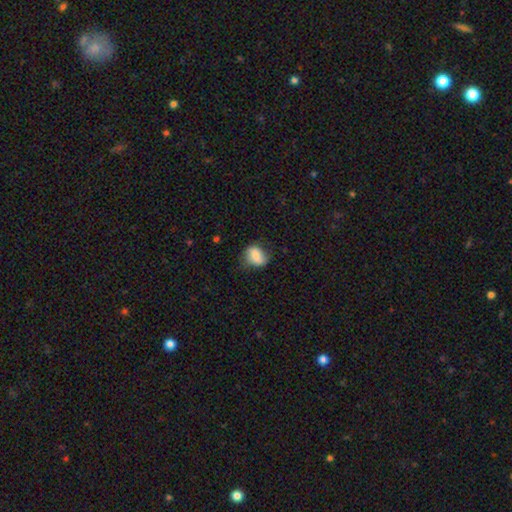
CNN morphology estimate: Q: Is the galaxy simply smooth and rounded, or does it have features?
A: smooth — 75%.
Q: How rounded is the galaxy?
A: in between — 66%.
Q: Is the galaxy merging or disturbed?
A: none — 56%.